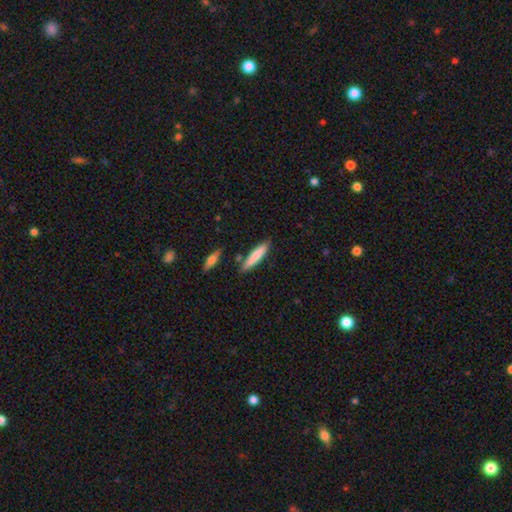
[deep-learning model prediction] The model was most divided on "smooth or featured": smooth: 79%, featured or disk: 15%, star or artifact: 6%. More confident: how rounded — cigar-shaped (83%); merging — none (82%).